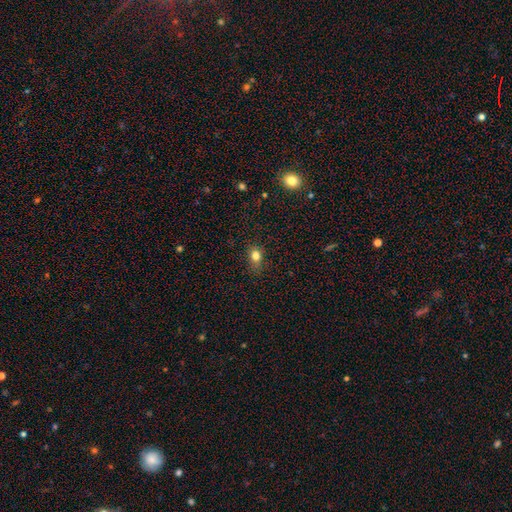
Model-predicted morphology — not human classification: Smooth or featured? smooth (79%)
How rounded? in between (55%)
Merging? none (72%)